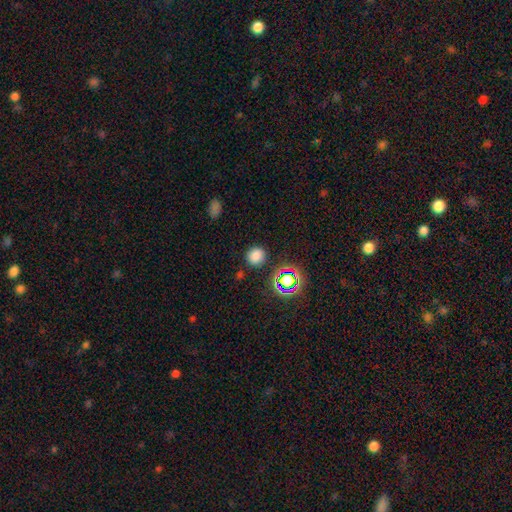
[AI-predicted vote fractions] Smooth or featured? smooth (78%)
How rounded? round (88%)
Merging? none (86%)